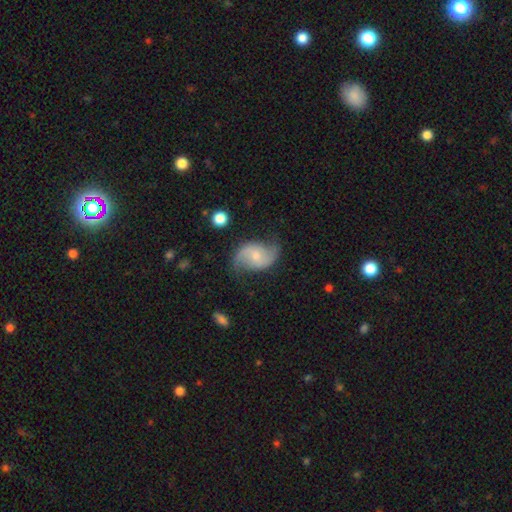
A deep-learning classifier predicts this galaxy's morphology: featured or disk 78%, smooth 16%, star or artifact 6%. Down the decision tree: edge-on disk — no (97%); bar — no (53%); spiral arms — yes (94%); spiral arm count — 2 (91%); spiral winding — loose (61%); bulge size — small (53%); merging — none (71%).